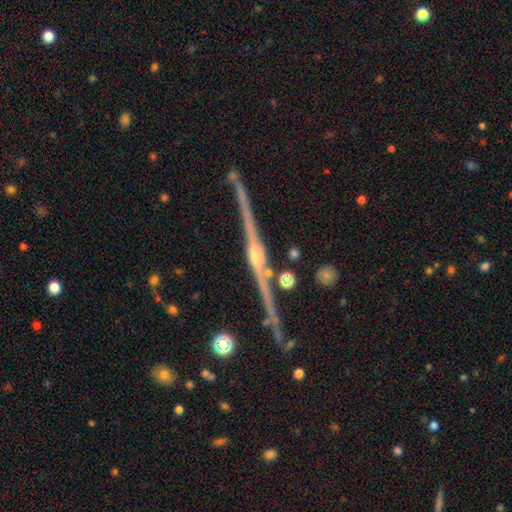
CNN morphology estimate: This appears to be a featured or disk galaxy (90%) viewed edge-on (98%) with a rounded central bulge (88%). Merging: none (84%).